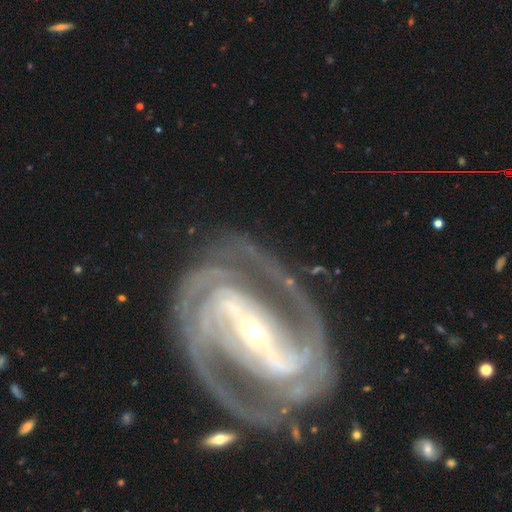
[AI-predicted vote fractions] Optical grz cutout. It shows a featured or disk galaxy (92%) with a strong bar (79%), 2 (66%) tight (52%) spiral arms (97%) and a small central bulge (78%). Merging: none (73%).